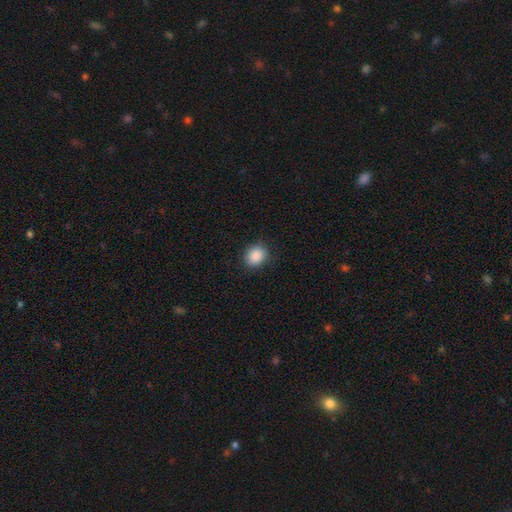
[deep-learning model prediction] Smooth or featured: smooth — 89% (star or artifact — 8%)
How rounded: round — 63% (in between — 36%)
Merging: none — 87% (minor disturbance — 9%)